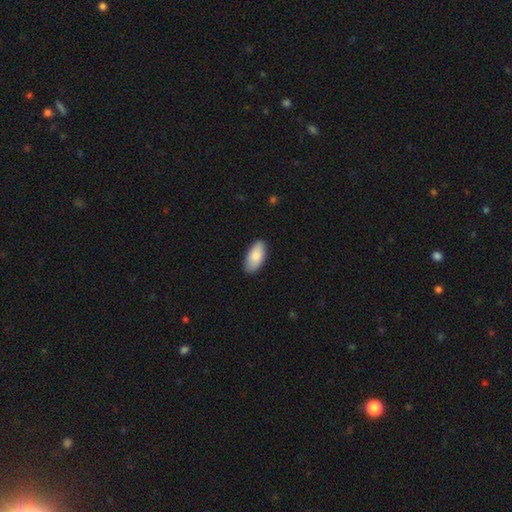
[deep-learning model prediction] Overall: smooth (85%). How rounded: in between (94%). Merging: none (87%).